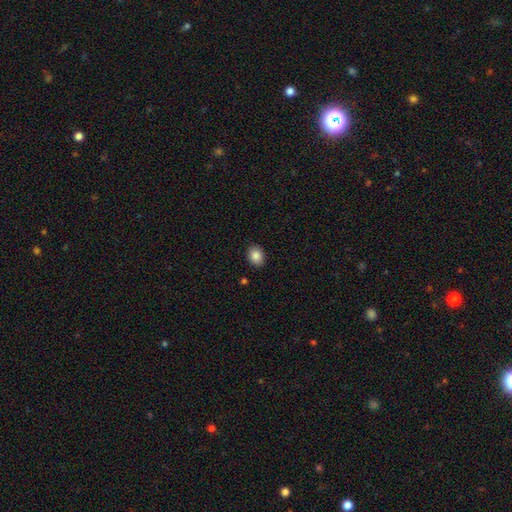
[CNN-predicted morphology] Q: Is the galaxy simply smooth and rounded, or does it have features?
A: smooth — 87%.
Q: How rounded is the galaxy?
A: in between — 61%.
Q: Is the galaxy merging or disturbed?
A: none — 89%.